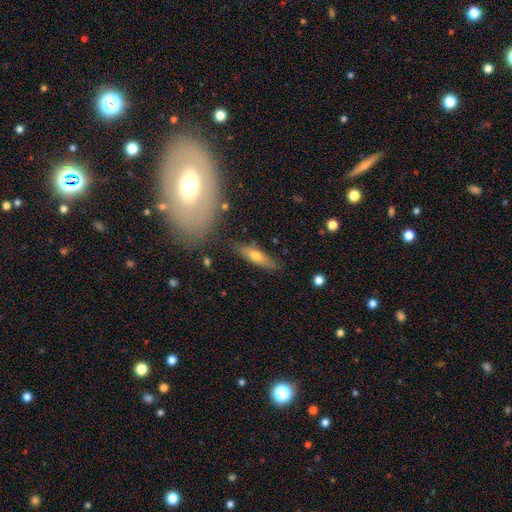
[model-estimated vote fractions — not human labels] This is possibly a smooth galaxy (55%). How rounded: likely cigar-shaped (62%). Merging: clearly none (82%).